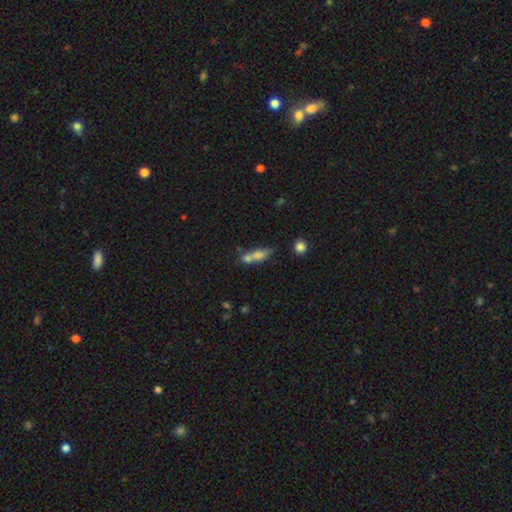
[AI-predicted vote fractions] Smooth or featured?
  - smooth: 64% *
  - featured or disk: 24%
  - star or artifact: 12%
How rounded?
  - in between: 53% *
  - cigar-shaped: 38%
  - round: 9%
Merging?
  - merger: 48% *
  - none: 31%
  - minor disturbance: 14%
  - major disturbance: 8%